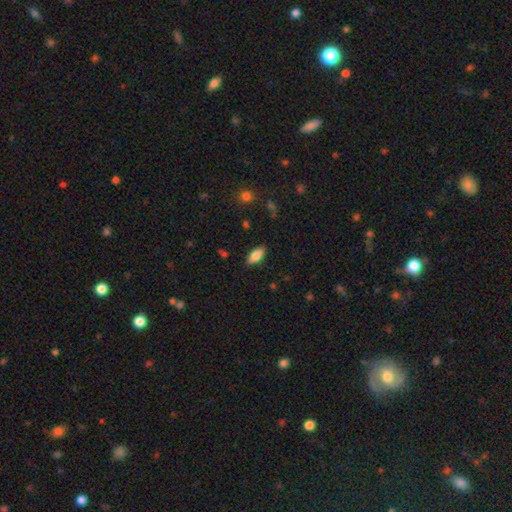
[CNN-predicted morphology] smooth_or_featured: smooth (p=0.79) [alt: featured or disk p=0.14]
how_rounded: in between (p=0.83) [alt: cigar-shaped p=0.15]
merging: none (p=0.87) [alt: minor disturbance p=0.10]